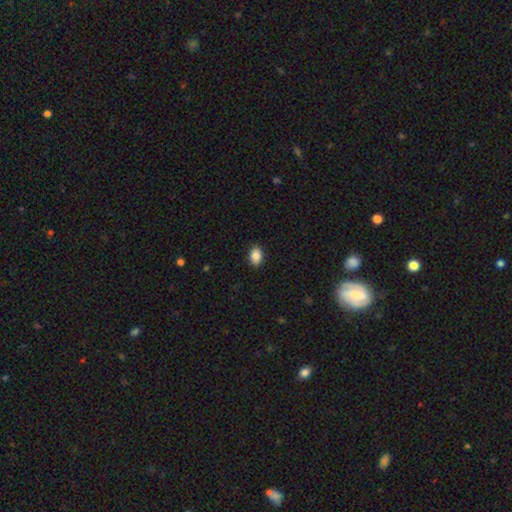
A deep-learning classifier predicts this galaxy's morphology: This appears to be a smooth galaxy with no disk features (86%) that is in between round and cigar-shaped (83%). Merging: none (90%).